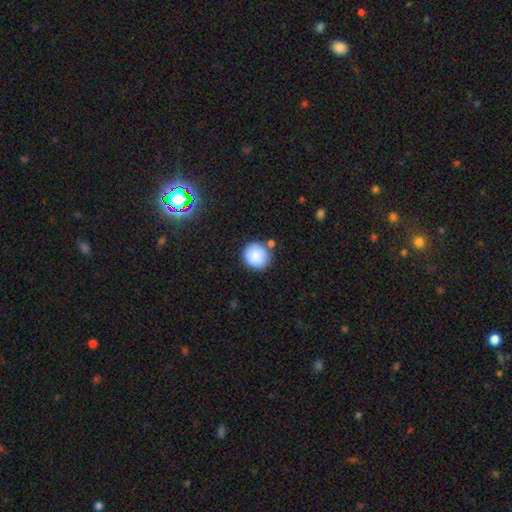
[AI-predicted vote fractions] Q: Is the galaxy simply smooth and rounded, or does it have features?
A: smooth — 87%.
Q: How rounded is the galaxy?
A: round — 90%.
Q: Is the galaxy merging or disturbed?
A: none — 78%.